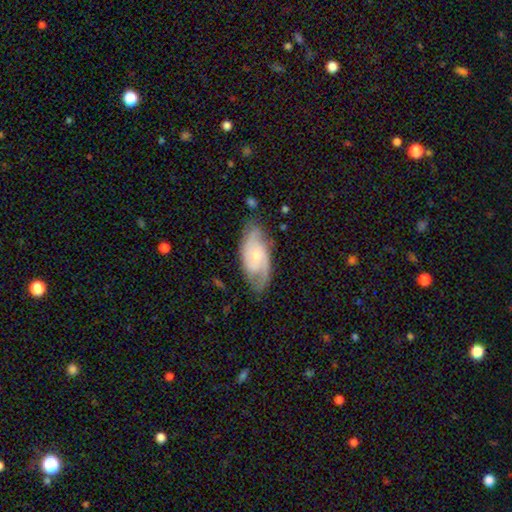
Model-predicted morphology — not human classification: Smooth or featured? featured or disk (79%)
Edge-on disk? no (94%)
Bar? no (64%)
Spiral arms? yes (95%)
Spiral winding? medium (45%)
Spiral arm count? 2 (64%)
Bulge size? small (54%)
Merging? none (73%)